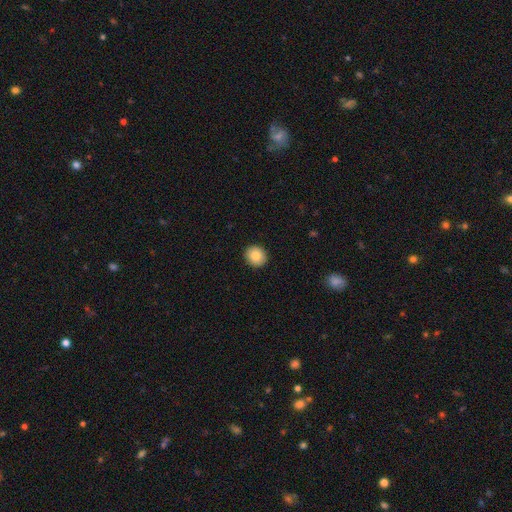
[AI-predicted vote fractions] The model was most divided on "how rounded": round: 84%, in between: 15%, cigar-shaped: 1%. More confident: merging — none (92%); smooth or featured — smooth (85%).